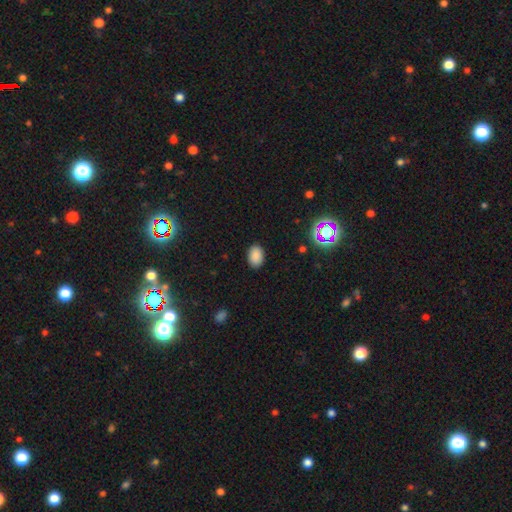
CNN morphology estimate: Smooth or featured? smooth (85%)
How rounded? in between (85%)
Merging? none (88%)